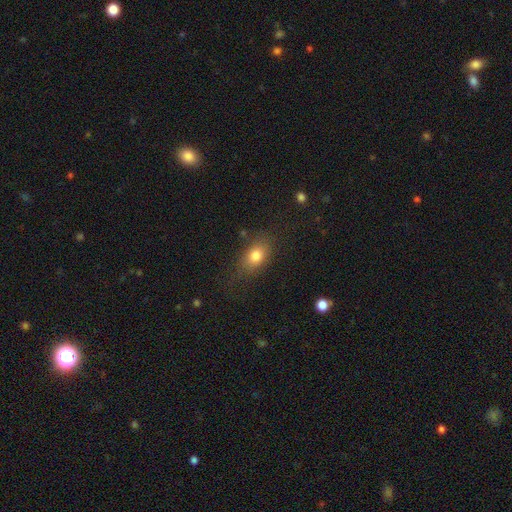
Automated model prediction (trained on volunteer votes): The model was most divided on "merging": none: 73%, minor disturbance: 18%, major disturbance: 7%, merger: 2%. More confident: smooth or featured — smooth (79%); how rounded — in between (76%).